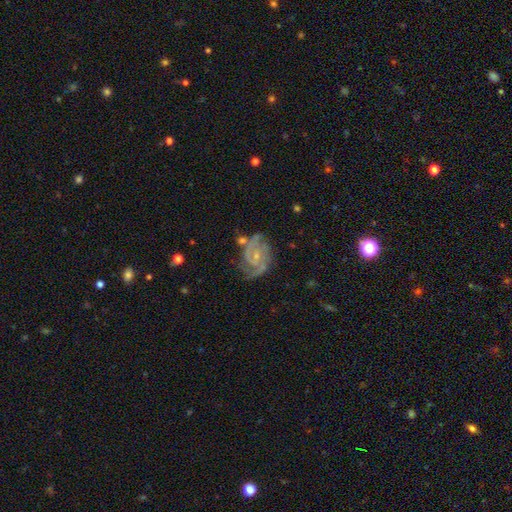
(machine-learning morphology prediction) featured or disk 87%, smooth 6%, star or artifact 6%. Down the decision tree: edge-on disk — no (98%); bar — no (53%); spiral arms — yes (97%); spiral arm count — 2 (65%); spiral winding — medium (45%, tied with tight); bulge size — small (71%); merging — none (64%).